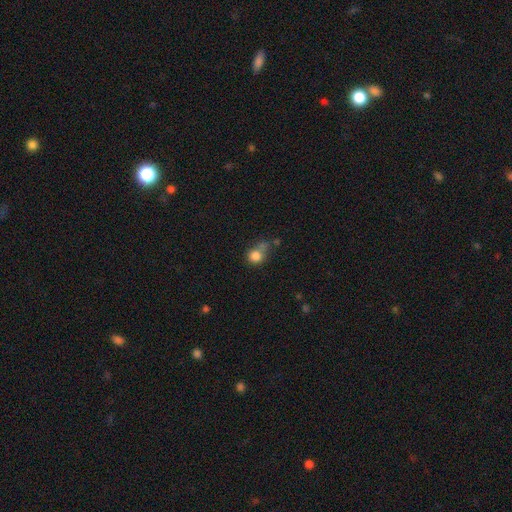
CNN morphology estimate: The model was most divided on "merging": none: 45%, merger: 23%, minor disturbance: 21%, major disturbance: 11%. More confident: smooth or featured — smooth (81%); how rounded — round (79%).